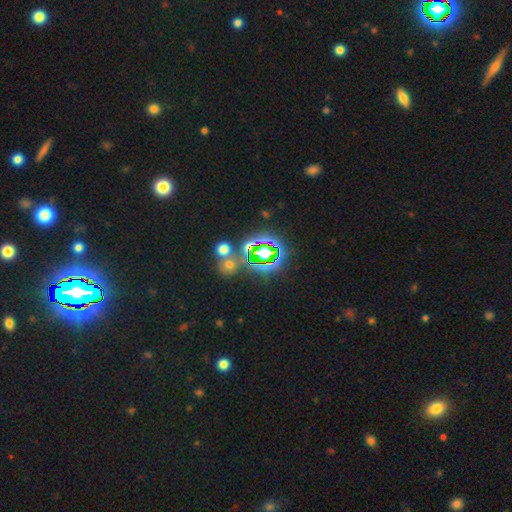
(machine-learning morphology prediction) Smooth or featured: star or artifact — 77% (smooth — 14%)